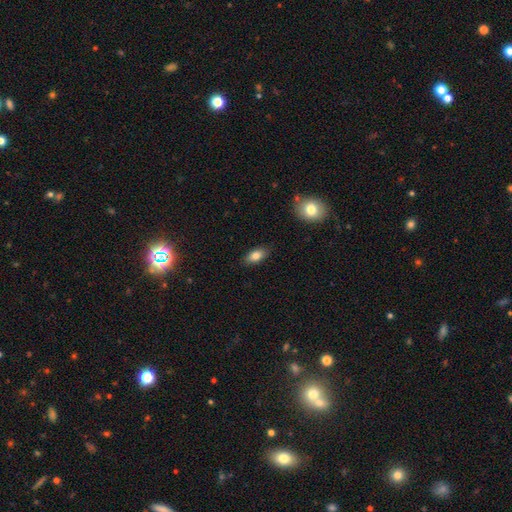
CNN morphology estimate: A smooth galaxy with no disk features (80%) that is in between round and cigar-shaped (87%).

Vote fractions:
- Smooth or featured? smooth: 80% / featured or disk: 12% / star or artifact: 8%
- How rounded? in between: 87% / cigar-shaped: 7% / round: 6%
- Merging? none: 86% / minor disturbance: 11% / major disturbance: 2% / merger: 1%